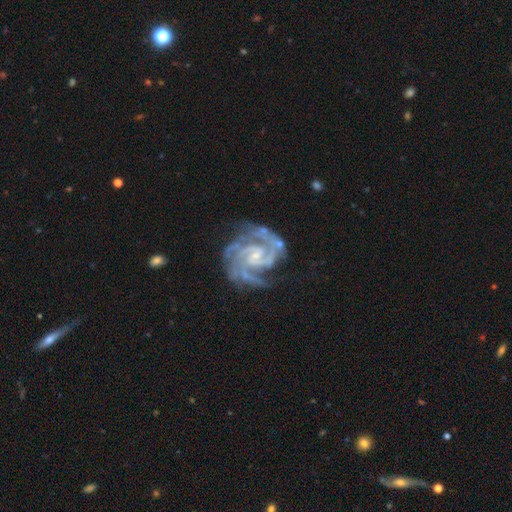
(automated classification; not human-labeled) Smooth or featured: featured or disk — 93% (star or artifact — 5%)
Edge-on disk: no — 98% (yes — 2%)
Bar: no — 47% (weak — 39%)
Spiral arms: yes — 99% (no — 1%)
Spiral winding: tight — 58% (medium — 38%)
Spiral arm count: 2 — 36% (3 — 34%)
Bulge size: small — 70% (moderate — 18%)
Merging: none — 67% (minor disturbance — 20%)